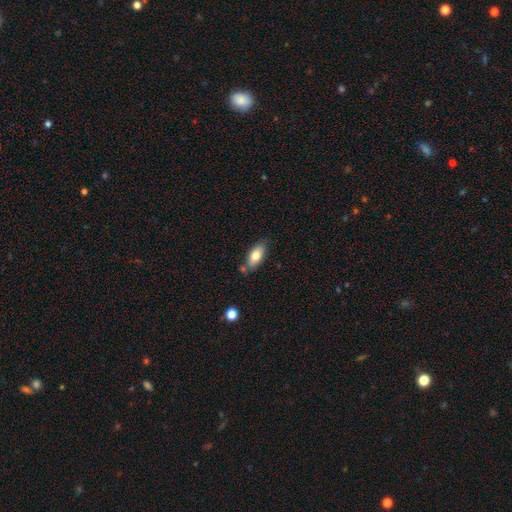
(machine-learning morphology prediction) Overall: smooth (74%). How rounded: in between (86%). Merging: none (71%).